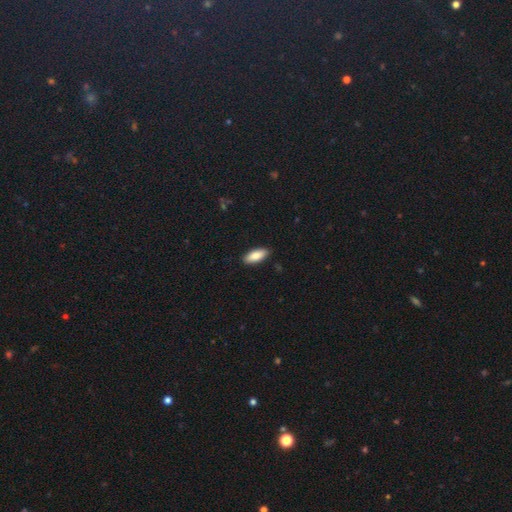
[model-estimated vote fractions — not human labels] A smooth galaxy with no disk features (84%) that is in between round and cigar-shaped (80%). Merging: none (89%).